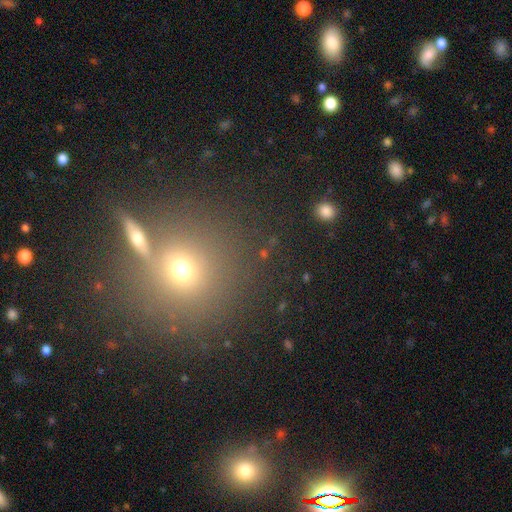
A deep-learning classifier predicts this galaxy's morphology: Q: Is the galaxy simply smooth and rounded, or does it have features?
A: smooth — 49%.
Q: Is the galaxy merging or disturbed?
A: none — 74%.